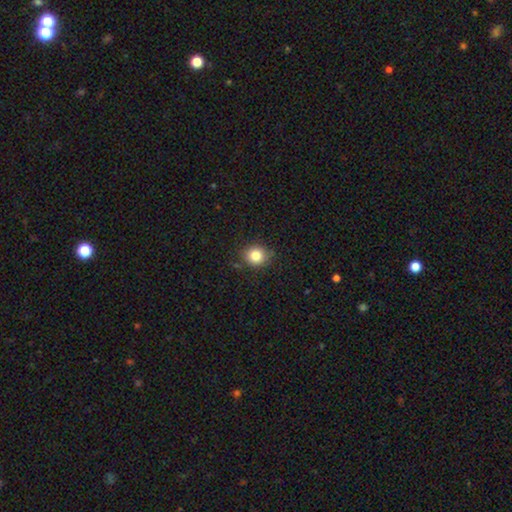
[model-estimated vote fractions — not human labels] Smooth or featured?
  - smooth: 82% *
  - star or artifact: 11%
  - featured or disk: 7%
How rounded?
  - round: 81% *
  - in between: 18%
  - cigar-shaped: 1%
Merging?
  - none: 83% *
  - minor disturbance: 13%
  - major disturbance: 3%
  - merger: 2%